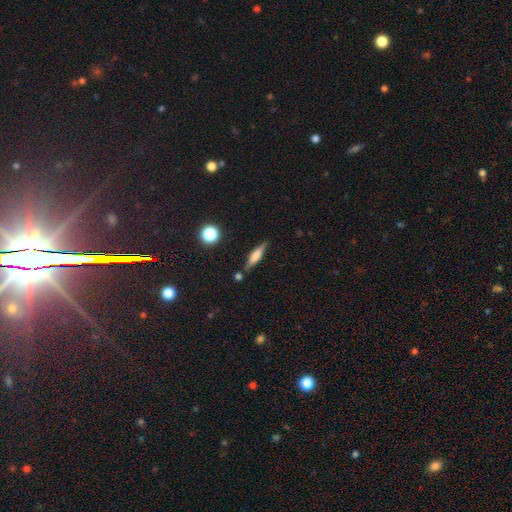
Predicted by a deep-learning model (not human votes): Smooth or featured? Predicted: smooth (p=0.53). How rounded? Predicted: cigar-shaped (p=0.74). Merging? Predicted: none (p=0.78).